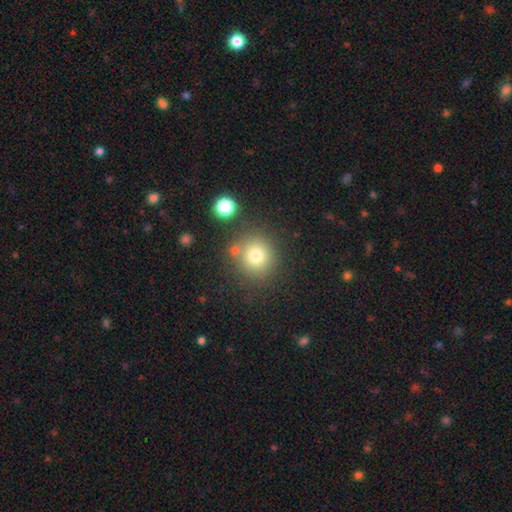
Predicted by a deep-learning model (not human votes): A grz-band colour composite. It shows a smooth galaxy with no disk features (75%) that is round (92%). Merging: none (74%).